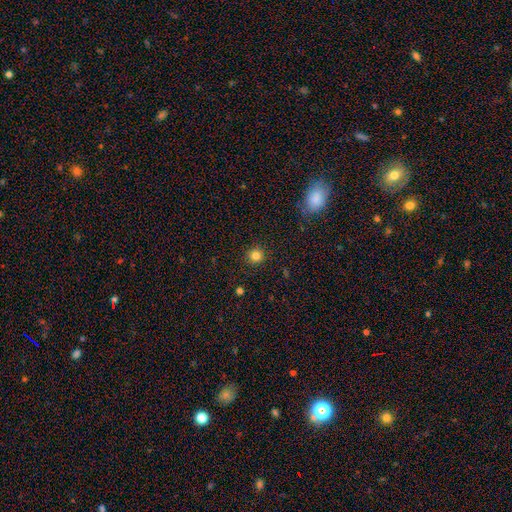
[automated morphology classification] Smooth or featured: smooth — 82% (star or artifact — 13%)
How rounded: round — 94% (in between — 5%)
Merging: none — 92% (minor disturbance — 5%)